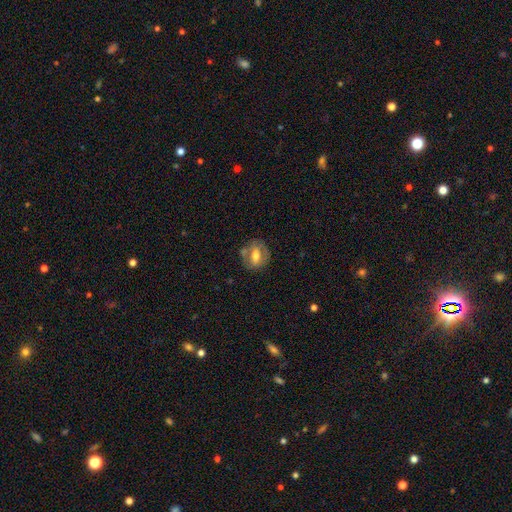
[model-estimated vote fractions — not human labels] A smooth galaxy with no disk features (48%). Merging: none (67%).